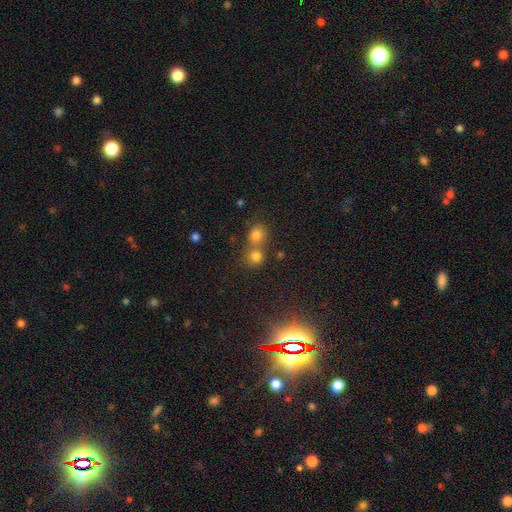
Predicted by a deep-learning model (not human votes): smooth 65%, star or artifact 27%, featured or disk 8%. Down the decision tree: how rounded — round (83%); merging — none (50%).